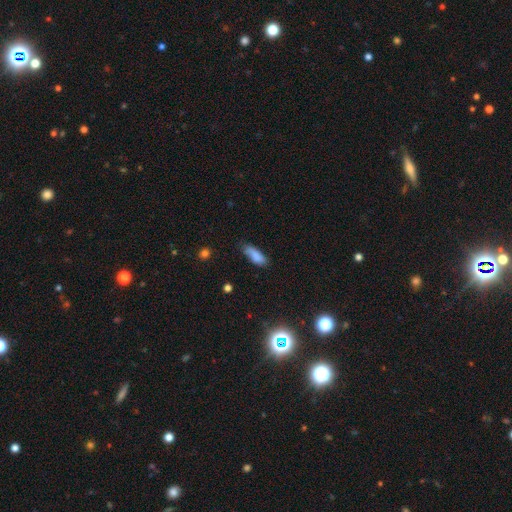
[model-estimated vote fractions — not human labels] Morphology: type=smooth (83%); roundness=in between (66%); merging=none (61%).